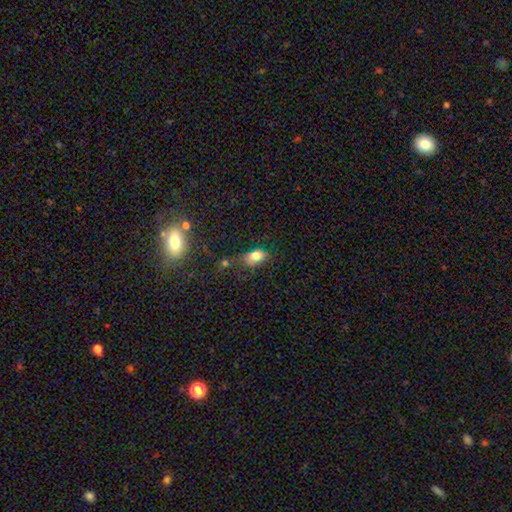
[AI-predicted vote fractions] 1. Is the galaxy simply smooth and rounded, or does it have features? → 79% smooth, 11% star or artifact, 10% featured or disk.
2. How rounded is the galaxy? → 84% in between, 14% round, 2% cigar-shaped.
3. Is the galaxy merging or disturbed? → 60% none, 25% minor disturbance, 9% major disturbance, 6% merger.